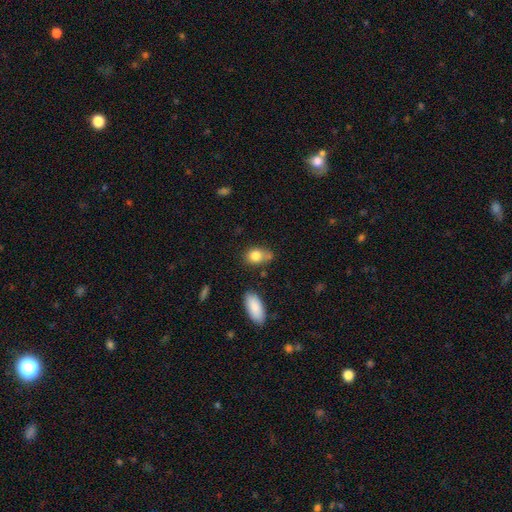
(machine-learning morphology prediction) smooth-or-featured: smooth: 81% | featured or disk: 10% | star or artifact: 9%
  how-rounded: in between: 63% | round: 35% | cigar-shaped: 2%
  merging: none: 48% | minor disturbance: 27% | merger: 17% | major disturbance: 9%